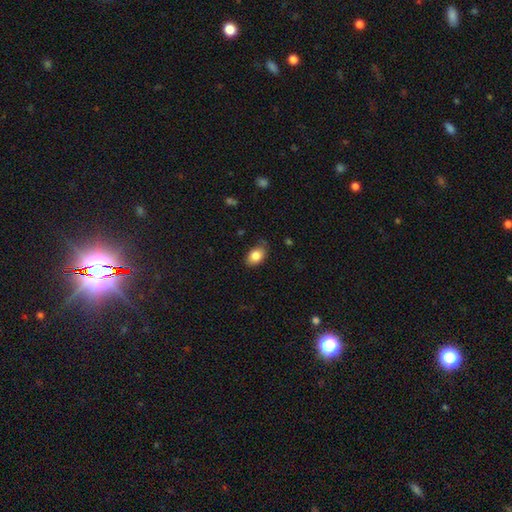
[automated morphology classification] A smooth galaxy with no disk features (84%) that is in between round and cigar-shaped (84%). Merging: none (73%).